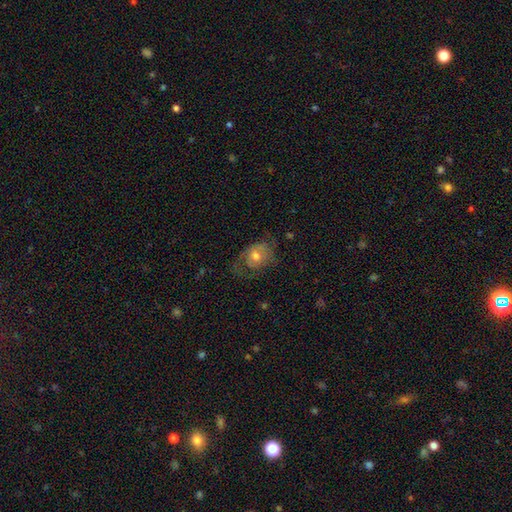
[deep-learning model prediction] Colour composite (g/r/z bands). It shows a featured or disk galaxy (53%) with no bar (71%), spiral arms (64%) and a moderate central bulge (66%). Merging: none (46%).